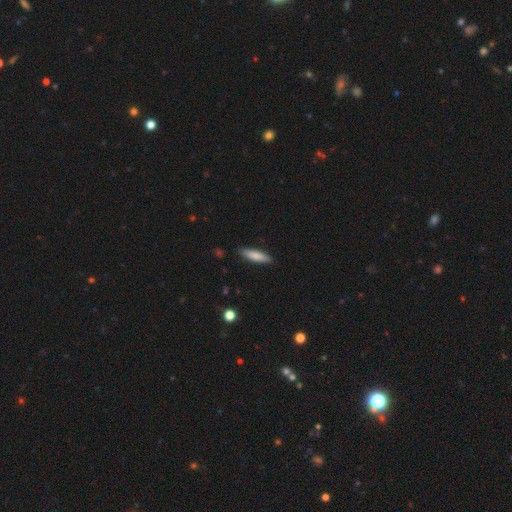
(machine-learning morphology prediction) smooth_or_featured: smooth (p=0.80) [alt: featured or disk p=0.15]
how_rounded: cigar-shaped (p=0.71) [alt: in between p=0.28]
merging: none (p=0.87) [alt: minor disturbance p=0.10]